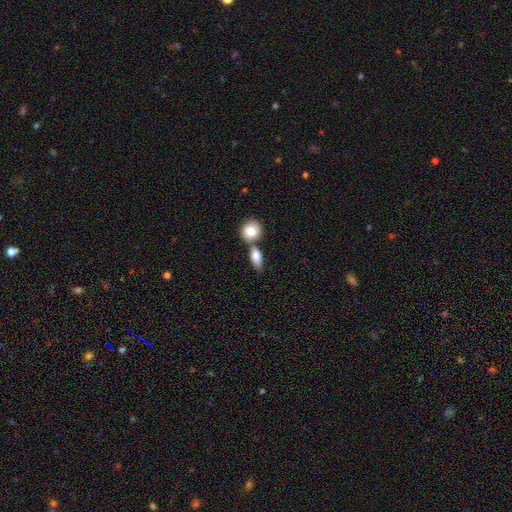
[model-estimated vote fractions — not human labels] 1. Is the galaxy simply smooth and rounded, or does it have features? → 81% smooth, 12% featured or disk, 7% star or artifact.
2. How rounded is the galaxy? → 74% in between, 18% round, 8% cigar-shaped.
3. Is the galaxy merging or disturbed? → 46% none, 36% merger, 13% minor disturbance, 5% major disturbance.